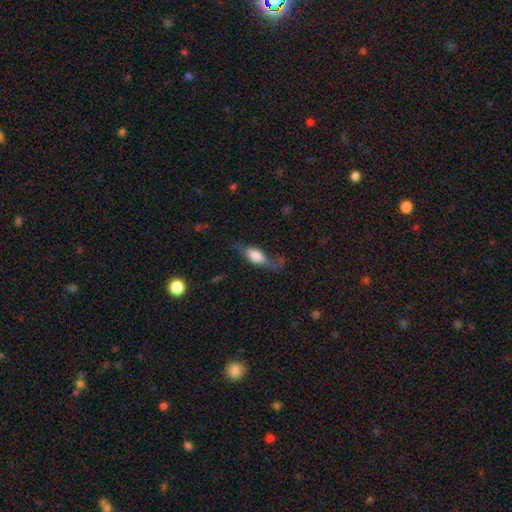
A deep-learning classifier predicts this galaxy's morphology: Smooth or featured? smooth (62%)
How rounded? in between (77%)
Merging? none (40%)